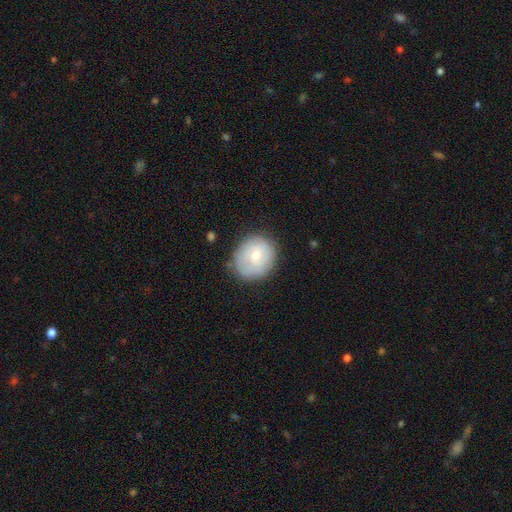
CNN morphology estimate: Smooth or featured? Predicted: smooth (p=0.57). How rounded? Predicted: round (p=0.75). Merging? Predicted: none (p=0.73).